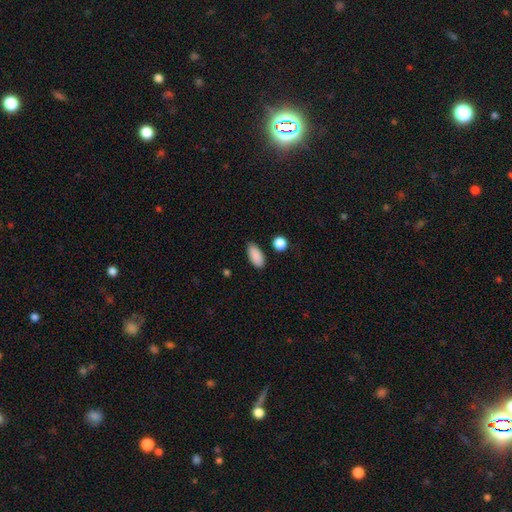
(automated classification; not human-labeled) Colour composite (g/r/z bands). It shows a smooth galaxy with no disk features (89%) that is in between round and cigar-shaped (89%). Merging: none (81%).